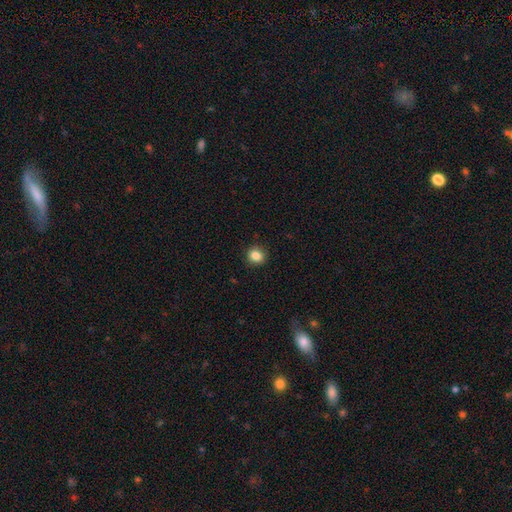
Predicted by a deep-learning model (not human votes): A smooth galaxy with no disk features (85%) that is round (84%).

Vote fractions:
- Smooth or featured? smooth: 85% / star or artifact: 10% / featured or disk: 4%
- How rounded? round: 84% / in between: 15% / cigar-shaped: 1%
- Merging? none: 90% / minor disturbance: 7% / major disturbance: 2% / merger: 1%